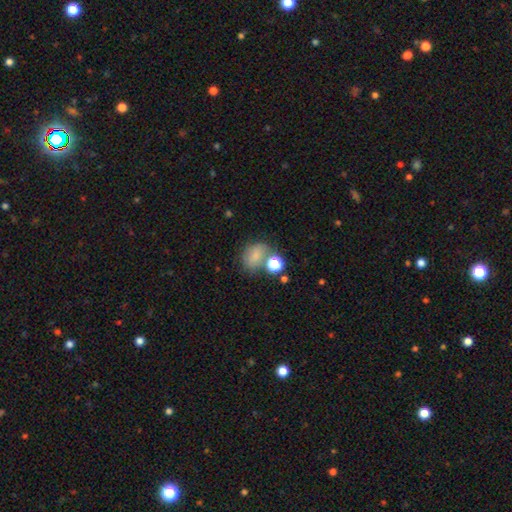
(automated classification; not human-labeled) Smooth or featured: smooth — 73% (star or artifact — 14%)
How rounded: in between — 55% (round — 44%)
Merging: none — 47% (merger — 24%)